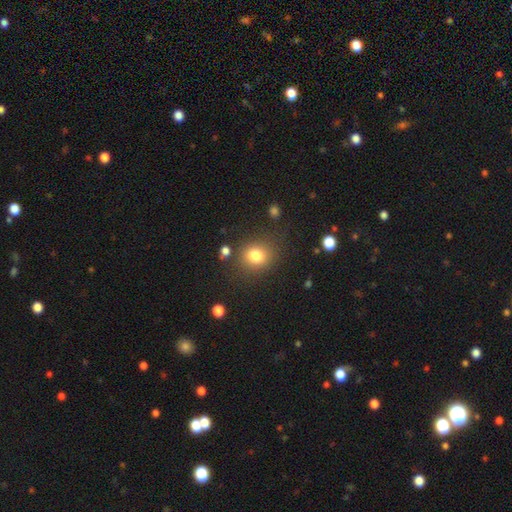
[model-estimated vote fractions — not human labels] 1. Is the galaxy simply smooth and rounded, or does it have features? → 80% smooth, 13% star or artifact, 7% featured or disk.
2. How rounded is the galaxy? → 77% round, 22% in between, 1% cigar-shaped.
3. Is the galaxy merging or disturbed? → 80% none, 11% minor disturbance, 5% major disturbance, 4% merger.